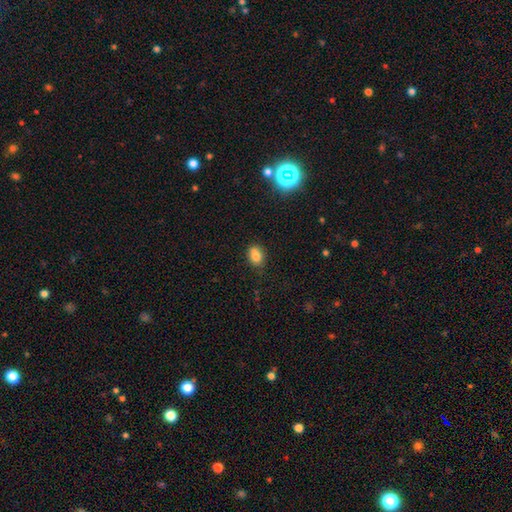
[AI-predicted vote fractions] Smooth or featured? smooth (78%)
How rounded? in between (68%)
Merging? none (66%)